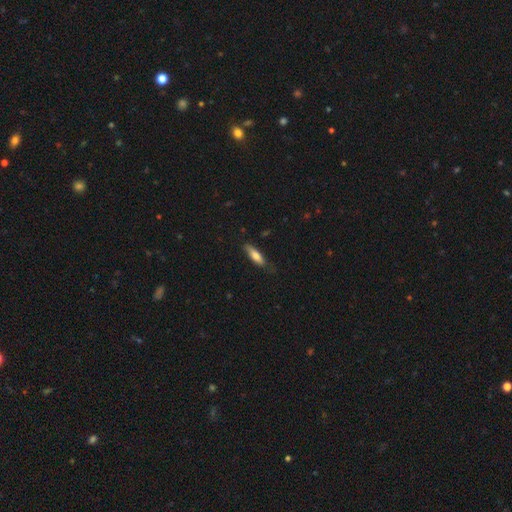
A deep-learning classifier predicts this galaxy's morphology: smooth_or_featured: smooth (p=0.73) [alt: featured or disk p=0.21]
how_rounded: cigar-shaped (p=0.54) [alt: in between p=0.44]
merging: none (p=0.75) [alt: minor disturbance p=0.20]